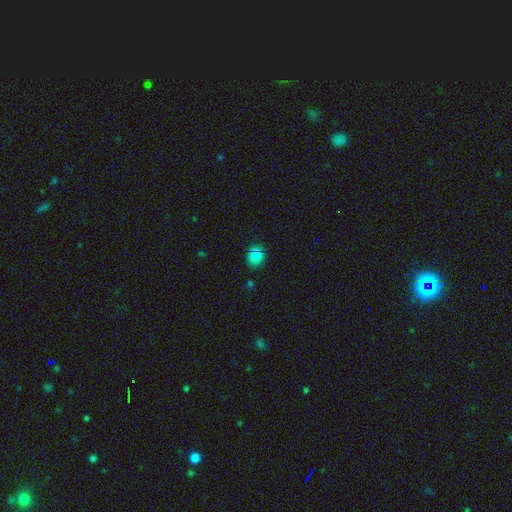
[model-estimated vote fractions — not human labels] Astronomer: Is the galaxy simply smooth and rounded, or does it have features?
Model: smooth — 81%.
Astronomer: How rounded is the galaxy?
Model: round — 68%.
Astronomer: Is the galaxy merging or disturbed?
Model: none — 80%.